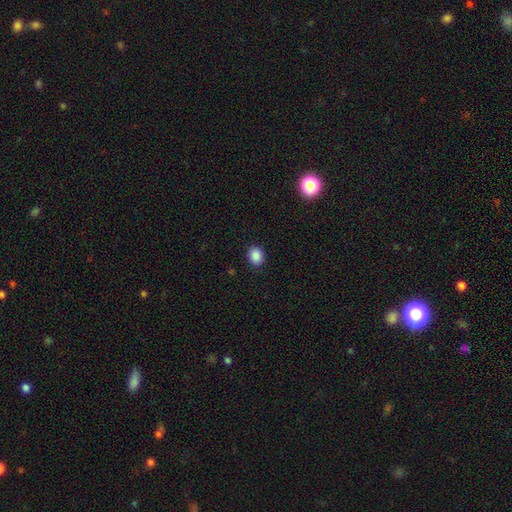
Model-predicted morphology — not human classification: type=smooth (87%); roundness=round (59%); merging=none (89%).